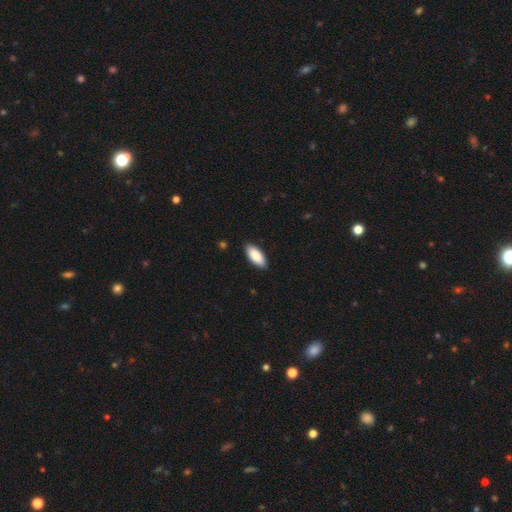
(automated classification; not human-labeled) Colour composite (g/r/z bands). It shows a smooth galaxy with no disk features (87%) that is in between round and cigar-shaped (87%). Merging: none (89%).